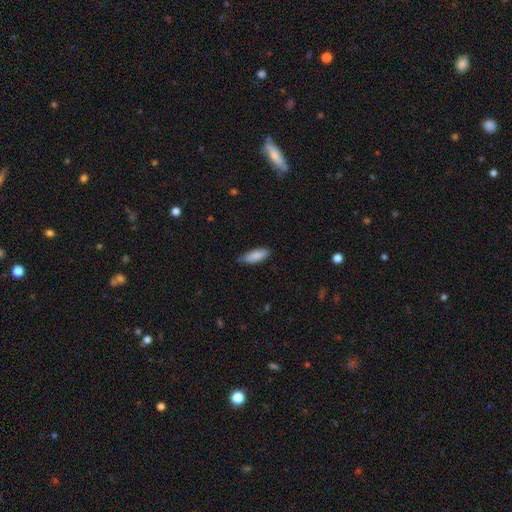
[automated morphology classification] smooth_or_featured: smooth (p=0.87) [alt: featured or disk p=0.07]
how_rounded: in between (p=0.67) [alt: cigar-shaped p=0.31]
merging: none (p=0.75) [alt: minor disturbance p=0.20]